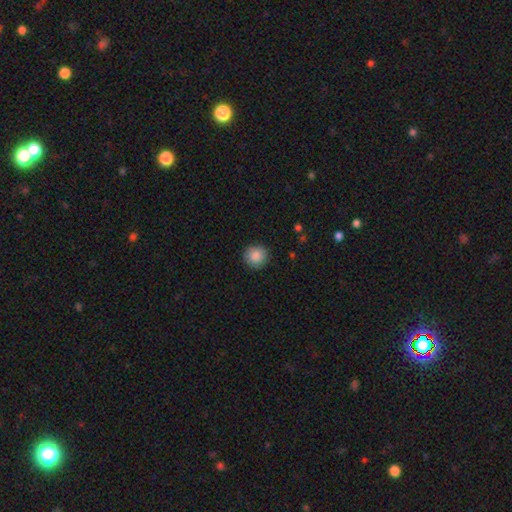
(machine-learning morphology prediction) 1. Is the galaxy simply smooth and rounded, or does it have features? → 88% smooth, 8% star or artifact, 4% featured or disk.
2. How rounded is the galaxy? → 92% round, 7% in between, 1% cigar-shaped.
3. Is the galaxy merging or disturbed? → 89% none, 7% minor disturbance, 2% major disturbance, 1% merger.